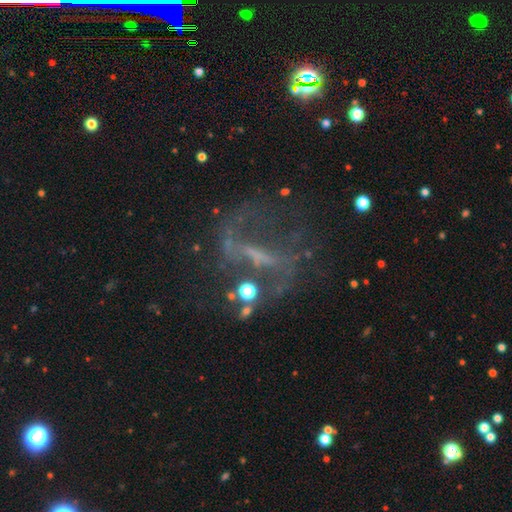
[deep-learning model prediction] This appears to be a featured or disk galaxy (66%) with a strong bar (48%), spiral arms (57%) and no central bulge (47%). Merging: none (50%).